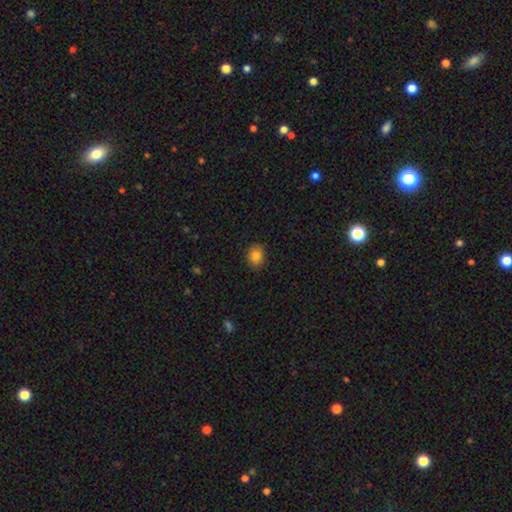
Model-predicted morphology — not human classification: A smooth galaxy with no disk features (82%) that is round (61%). Merging: none (88%).